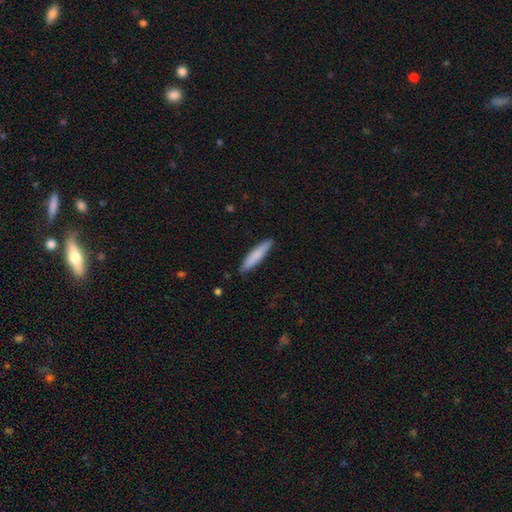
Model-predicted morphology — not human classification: smooth_or_featured: smooth (p=0.79) [alt: featured or disk p=0.15]
how_rounded: cigar-shaped (p=0.88) [alt: in between p=0.11]
merging: none (p=0.89) [alt: minor disturbance p=0.09]